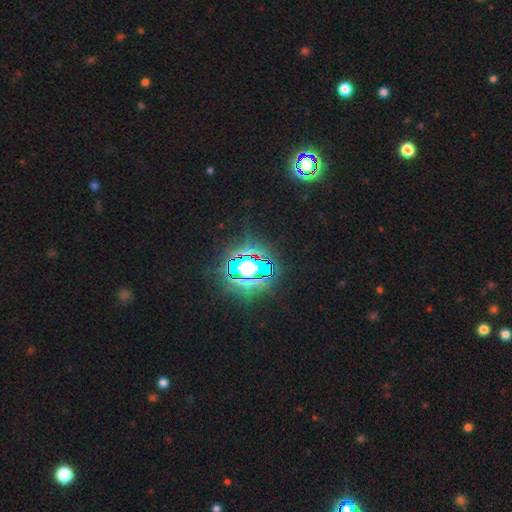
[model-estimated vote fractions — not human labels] star or artifact 81%, smooth 11%, featured or disk 7%.